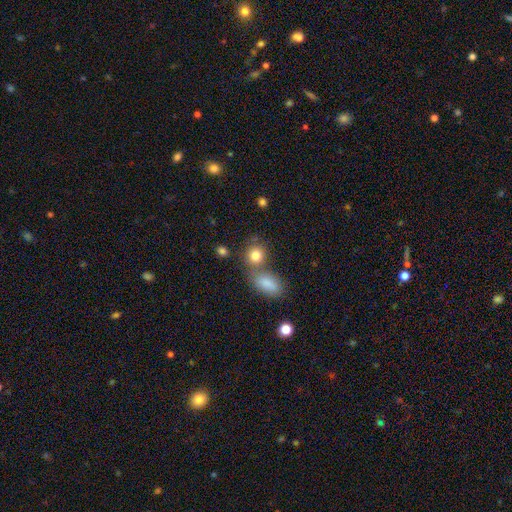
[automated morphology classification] Q: Smooth or featured?
A: smooth (82%); runner-up: star or artifact (10%)
Q: How rounded?
A: round (68%); runner-up: in between (30%)
Q: Merging?
A: none (53%); runner-up: merger (32%)